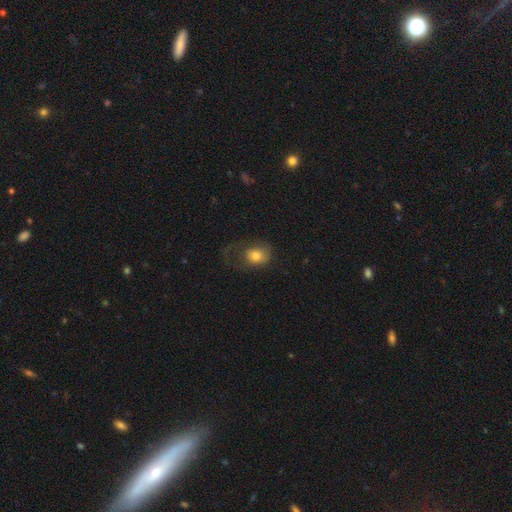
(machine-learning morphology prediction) Smooth or featured: smooth — 73% (featured or disk — 19%)
How rounded: in between — 51% (round — 48%)
Merging: major disturbance — 43% (none — 33%)